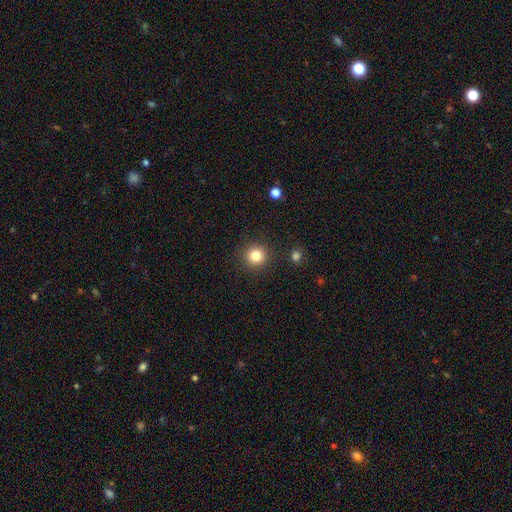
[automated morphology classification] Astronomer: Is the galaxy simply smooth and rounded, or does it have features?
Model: smooth — 82%.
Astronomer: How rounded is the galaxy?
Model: round — 94%.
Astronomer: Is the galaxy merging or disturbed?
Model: none — 90%.